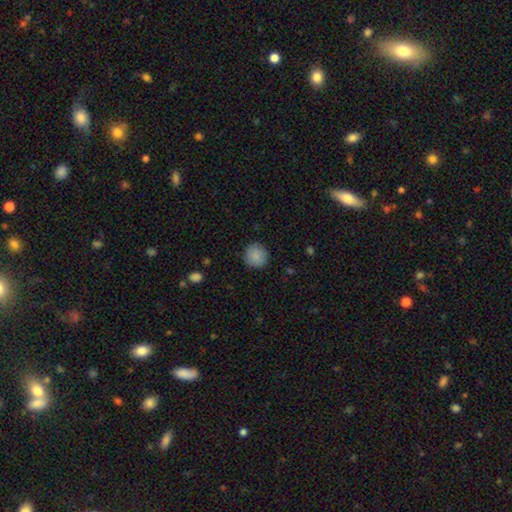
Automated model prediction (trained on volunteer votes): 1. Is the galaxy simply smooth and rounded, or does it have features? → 88% smooth, 8% star or artifact, 4% featured or disk.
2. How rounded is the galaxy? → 92% round, 7% in between, 1% cigar-shaped.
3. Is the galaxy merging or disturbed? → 89% none, 8% minor disturbance, 2% major disturbance, 1% merger.